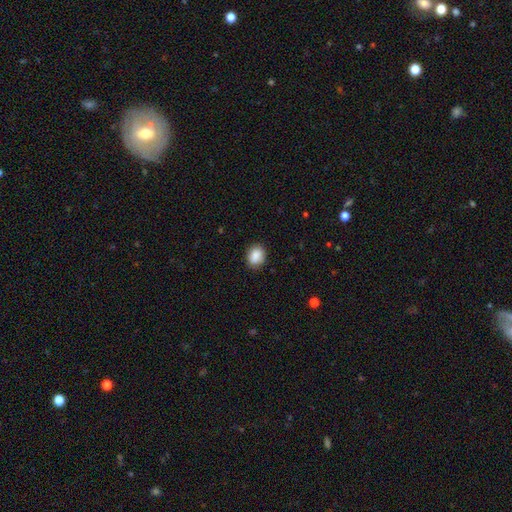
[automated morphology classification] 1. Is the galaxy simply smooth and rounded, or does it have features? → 88% smooth, 8% star or artifact, 4% featured or disk.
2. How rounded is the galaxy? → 51% in between, 48% round, 1% cigar-shaped.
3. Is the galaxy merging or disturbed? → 84% none, 12% minor disturbance, 3% major disturbance, 1% merger.